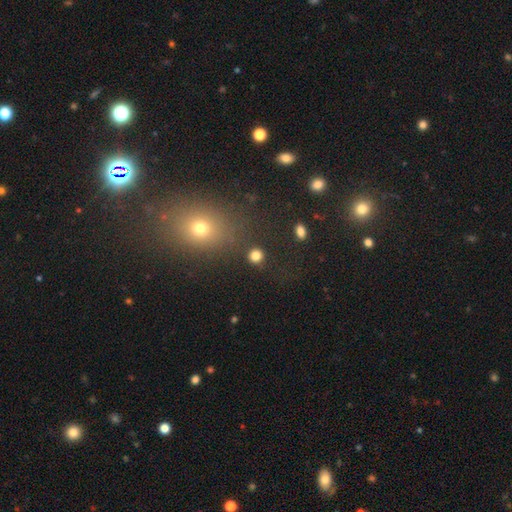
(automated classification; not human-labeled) A smooth galaxy with no disk features (81%) that is round (88%). Merging: none (86%).